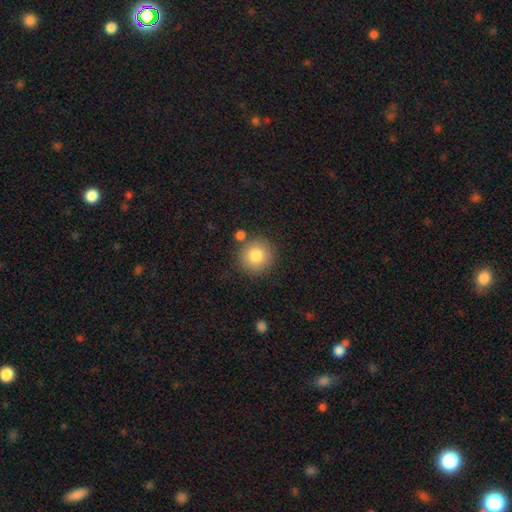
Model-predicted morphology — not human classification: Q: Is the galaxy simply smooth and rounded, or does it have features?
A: smooth — 82%.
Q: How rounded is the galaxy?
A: round — 93%.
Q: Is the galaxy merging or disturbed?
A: none — 80%.